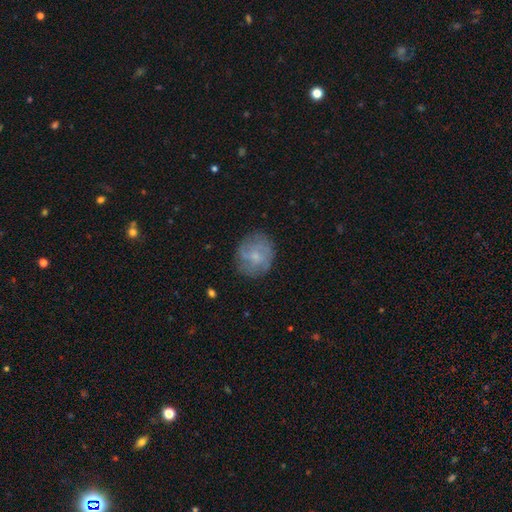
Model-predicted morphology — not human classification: type=smooth (49%); merging=none (74%).